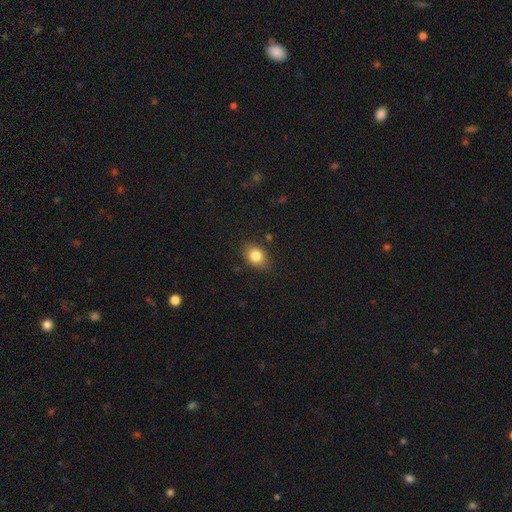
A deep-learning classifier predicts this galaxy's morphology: Q: Smooth or featured?
A: smooth (82%); runner-up: star or artifact (9%)
Q: How rounded?
A: in between (67%); runner-up: round (32%)
Q: Merging?
A: none (85%); runner-up: minor disturbance (11%)